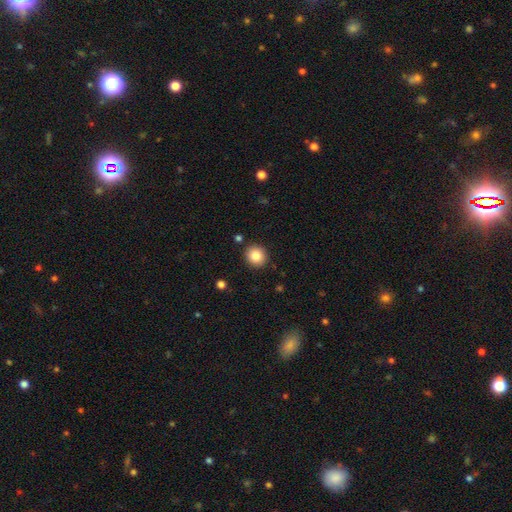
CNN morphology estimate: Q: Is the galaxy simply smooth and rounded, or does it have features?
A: smooth — 84%.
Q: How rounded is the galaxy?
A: round — 84%.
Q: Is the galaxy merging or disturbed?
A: none — 89%.